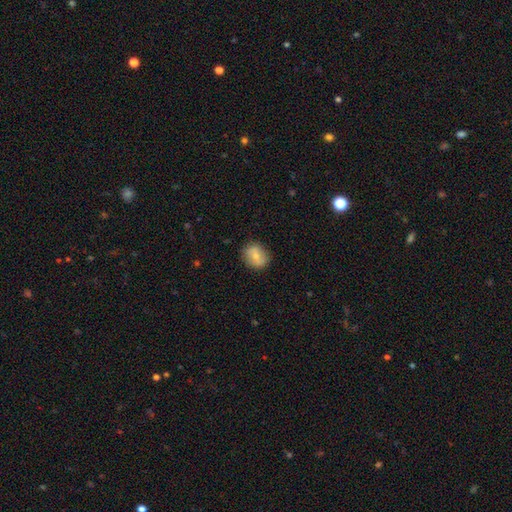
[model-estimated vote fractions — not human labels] Morphology: type=smooth (65%); roundness=round (61%); merging=none (83%).